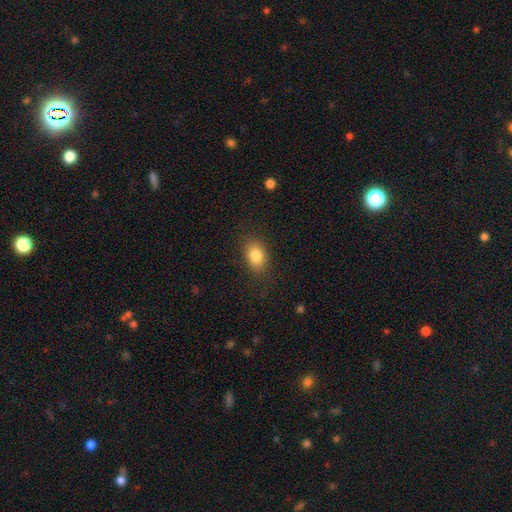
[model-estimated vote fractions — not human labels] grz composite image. It shows a smooth galaxy with no disk features (84%) that is in between round and cigar-shaped (77%). Merging: none (84%).